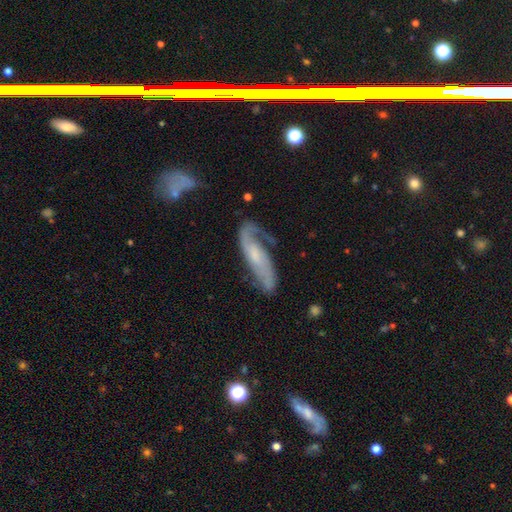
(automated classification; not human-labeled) Morphology: type=featured or disk (80%); edge-on=no (88%); bar=no (51%); spiral arms=yes (94%); winding=medium (45%); arm count=2 (77%); bulge=small (47%); merging=none (59%).